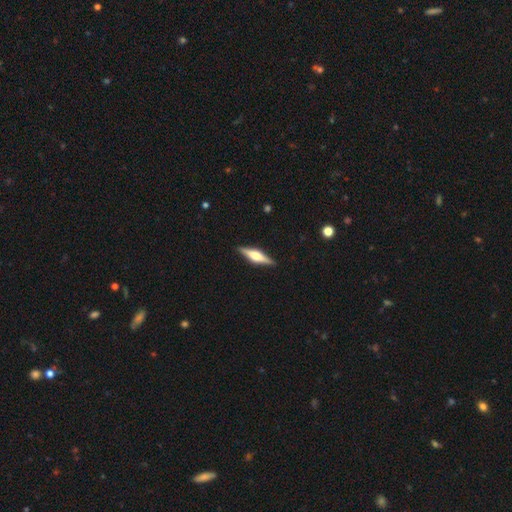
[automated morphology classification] Smooth or featured? Predicted: featured or disk (p=0.71). Edge-on disk? Predicted: yes (p=0.97). Edge-on bulge? Predicted: rounded (p=0.90). Merging? Predicted: none (p=0.90).